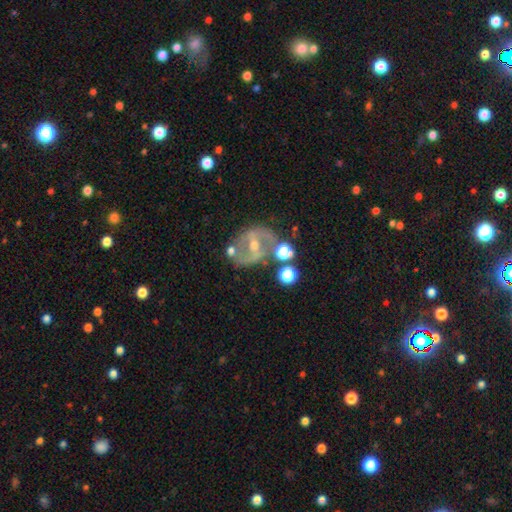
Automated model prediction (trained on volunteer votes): Overall: featured or disk (81%). Edge-on disk: no (96%). Bar: strong (48%; weak 34%). Spiral arms: yes (79%). Spiral arm count: 2 (84%). Spiral winding: medium (48%; loose 29%). Bulge size: small (54%; moderate 42%). Merging: none (65%).